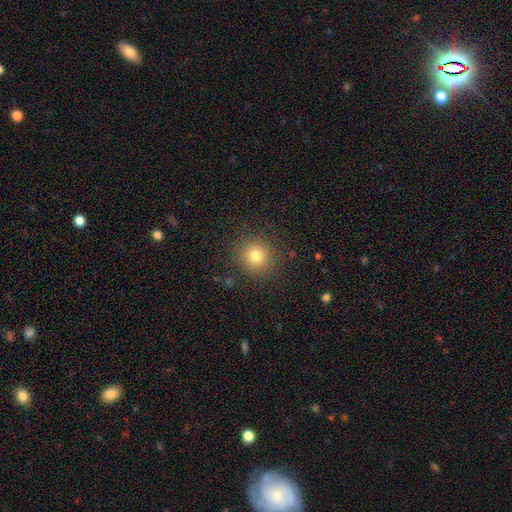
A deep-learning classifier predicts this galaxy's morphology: A smooth galaxy with no disk features (79%) that is round (92%).

Vote fractions:
- Smooth or featured? smooth: 79% / star or artifact: 14% / featured or disk: 8%
- How rounded? round: 92% / in between: 7% / cigar-shaped: 1%
- Merging? none: 88% / minor disturbance: 7% / major disturbance: 3% / merger: 1%